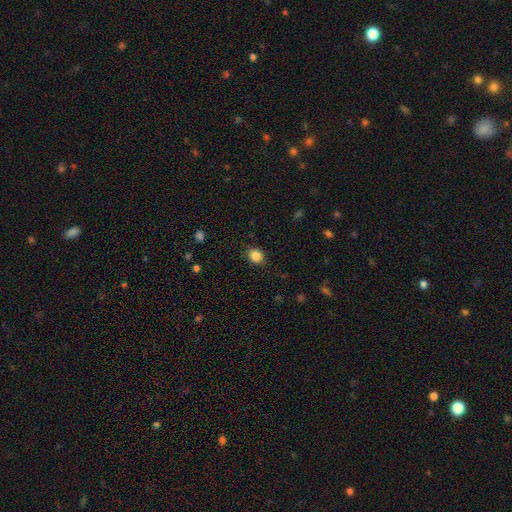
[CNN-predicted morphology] smooth-or-featured: smooth: 85% | star or artifact: 11% | featured or disk: 4%
  how-rounded: round: 79% | in between: 20% | cigar-shaped: 1%
  merging: none: 87% | minor disturbance: 10% | major disturbance: 3% | merger: 1%